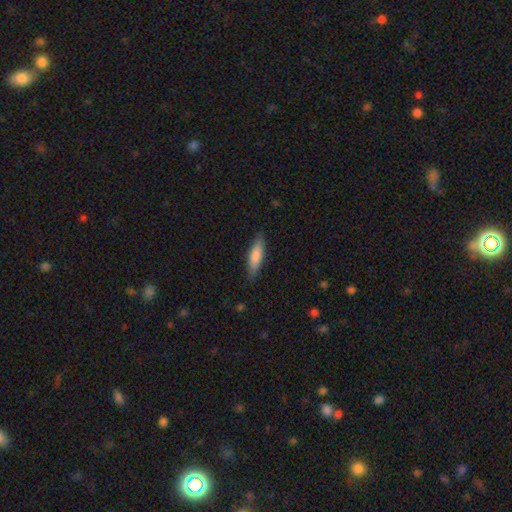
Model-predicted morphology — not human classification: Smooth or featured?
  - smooth: 79% *
  - featured or disk: 16%
  - star or artifact: 5%
How rounded?
  - cigar-shaped: 65% *
  - in between: 33%
  - round: 2%
Merging?
  - none: 86% *
  - minor disturbance: 11%
  - major disturbance: 2%
  - merger: 1%